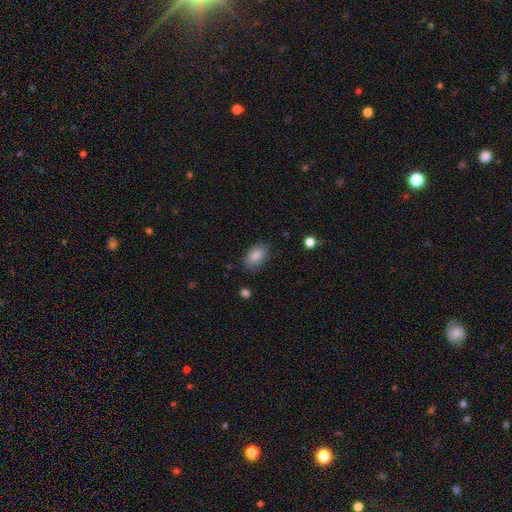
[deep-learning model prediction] Morphology: type=smooth (88%); roundness=in between (88%); merging=none (81%).